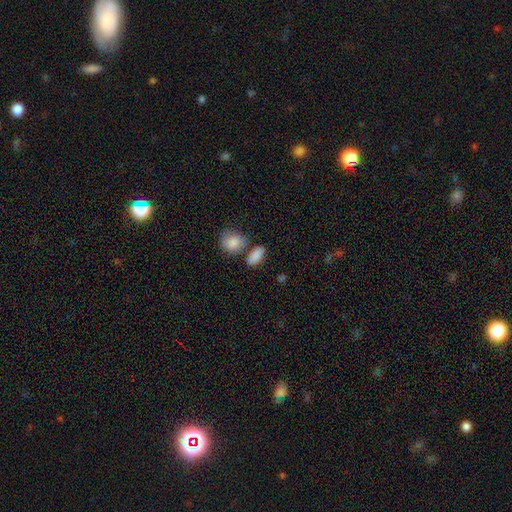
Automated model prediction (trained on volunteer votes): Smooth or featured: smooth — 88% (star or artifact — 7%)
How rounded: in between — 89% (round — 7%)
Merging: none — 60% (merger — 21%)